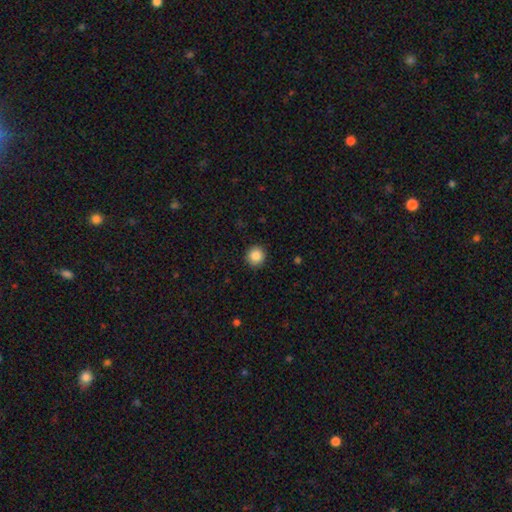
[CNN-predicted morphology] A smooth galaxy with no disk features (85%) that is round (93%). Merging: none (92%).